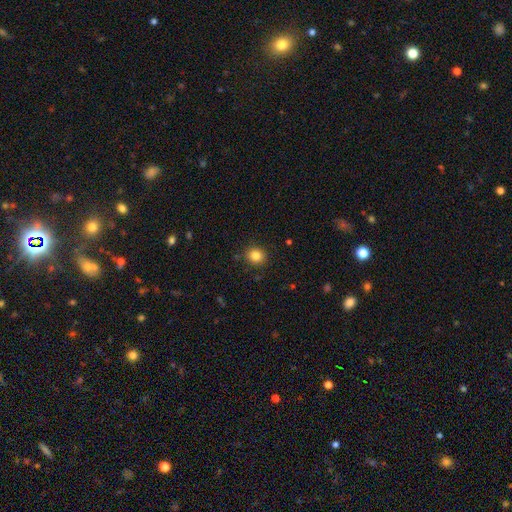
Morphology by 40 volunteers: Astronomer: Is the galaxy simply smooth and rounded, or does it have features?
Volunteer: smooth — 88%.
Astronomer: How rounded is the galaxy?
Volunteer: round — 83%.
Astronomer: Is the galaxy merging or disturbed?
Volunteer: none — 89%.